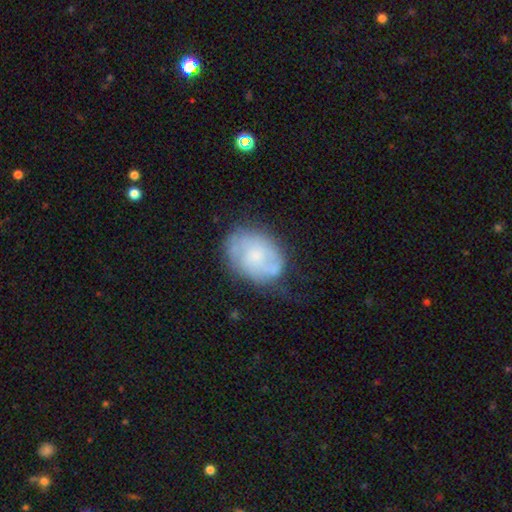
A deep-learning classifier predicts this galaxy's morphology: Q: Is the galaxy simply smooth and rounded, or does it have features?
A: featured or disk — 50%.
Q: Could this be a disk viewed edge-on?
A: no — 97%.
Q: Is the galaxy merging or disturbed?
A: none — 56%.